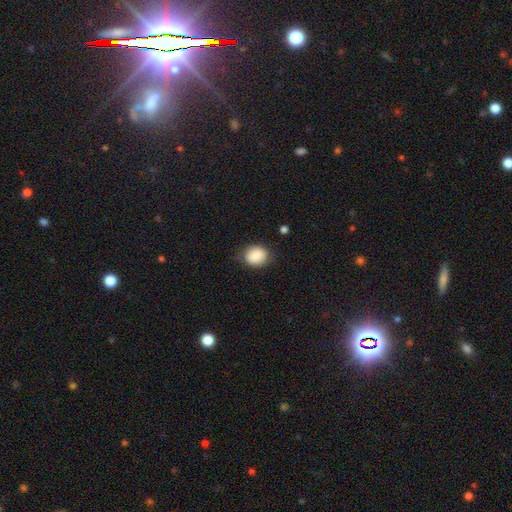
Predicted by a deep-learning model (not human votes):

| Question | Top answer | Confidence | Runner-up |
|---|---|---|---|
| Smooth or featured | smooth | 86% | star or artifact (8%) |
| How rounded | round | 66% | in between (33%) |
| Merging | none | 81% | minor disturbance (14%) |